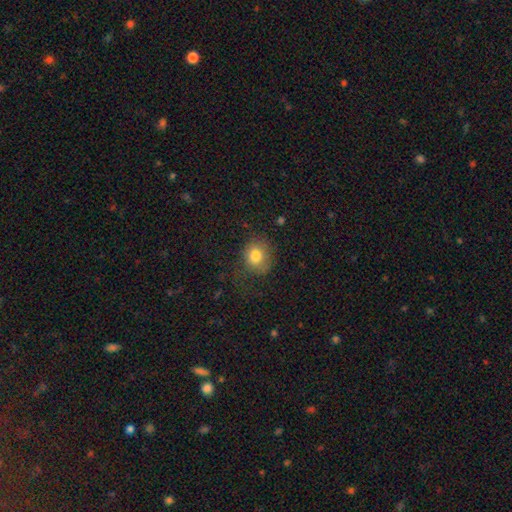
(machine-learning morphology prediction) Q: Smooth or featured?
A: smooth (80%); runner-up: featured or disk (10%)
Q: How rounded?
A: round (71%); runner-up: in between (28%)
Q: Merging?
A: none (61%); runner-up: minor disturbance (21%)